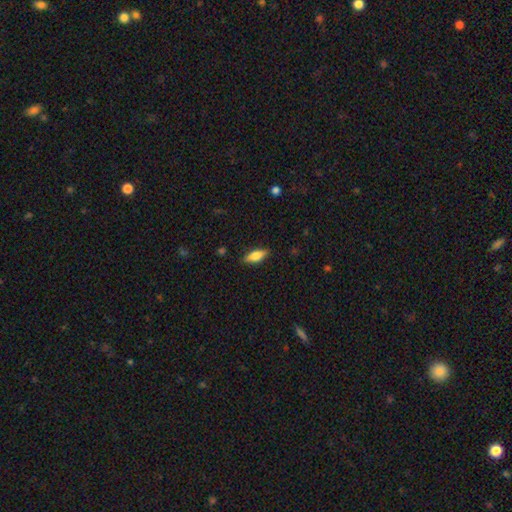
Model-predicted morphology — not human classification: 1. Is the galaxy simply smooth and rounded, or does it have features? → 74% smooth, 20% featured or disk, 7% star or artifact.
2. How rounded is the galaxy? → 72% in between, 26% cigar-shaped, 3% round.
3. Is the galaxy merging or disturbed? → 87% none, 10% minor disturbance, 2% major disturbance, 1% merger.